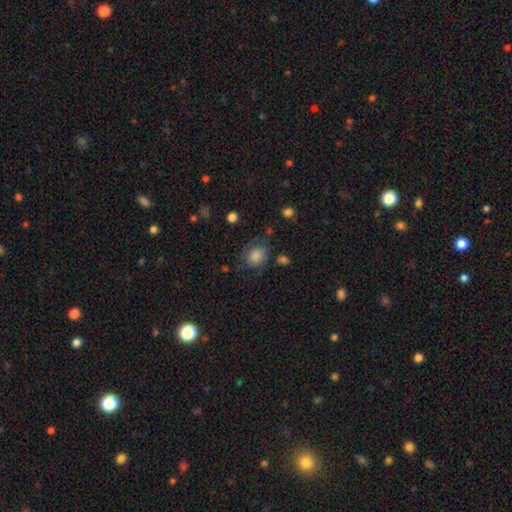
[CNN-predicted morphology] smooth-or-featured: smooth: 79% | star or artifact: 12% | featured or disk: 9%
  how-rounded: round: 66% | in between: 33% | cigar-shaped: 1%
  merging: none: 62% | minor disturbance: 24% | major disturbance: 11% | merger: 3%